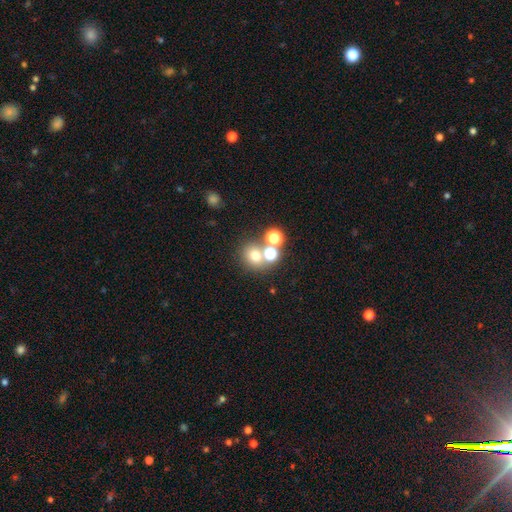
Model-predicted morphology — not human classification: smooth_or_featured: smooth (p=0.67) [alt: star or artifact p=0.21]
how_rounded: round (p=0.81) [alt: in between p=0.18]
merging: none (p=0.56) [alt: merger p=0.33]